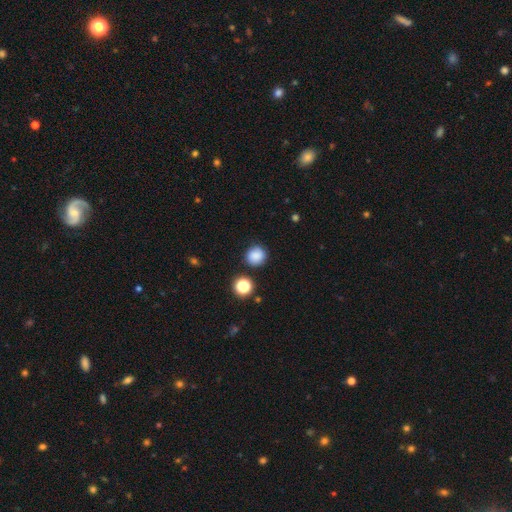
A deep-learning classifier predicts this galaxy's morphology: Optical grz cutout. It shows a smooth galaxy with no disk features (83%) that is round (88%). Merging: none (83%).